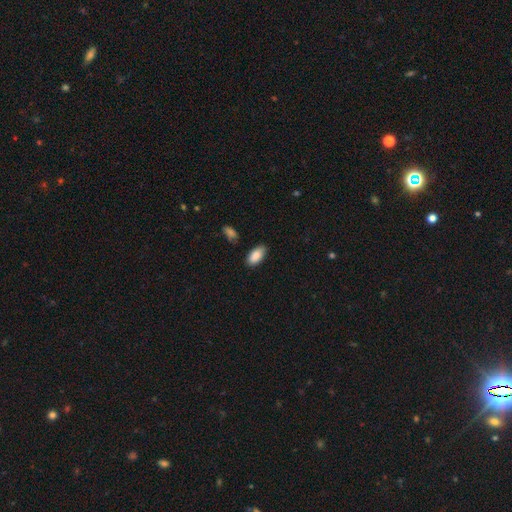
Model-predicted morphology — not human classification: type=smooth (88%); roundness=in between (93%); merging=none (82%).